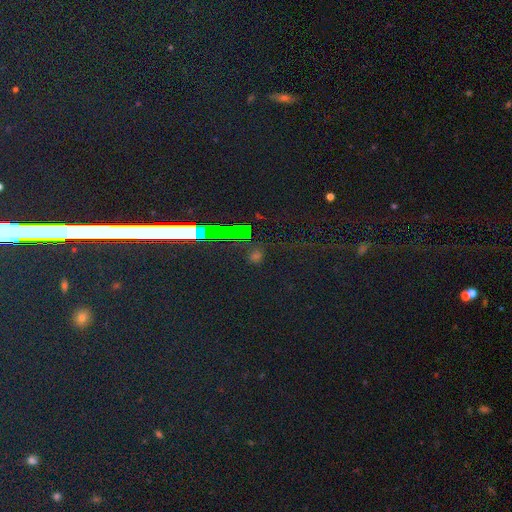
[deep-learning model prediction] Q: Smooth or featured?
A: star or artifact (71%); runner-up: smooth (19%)